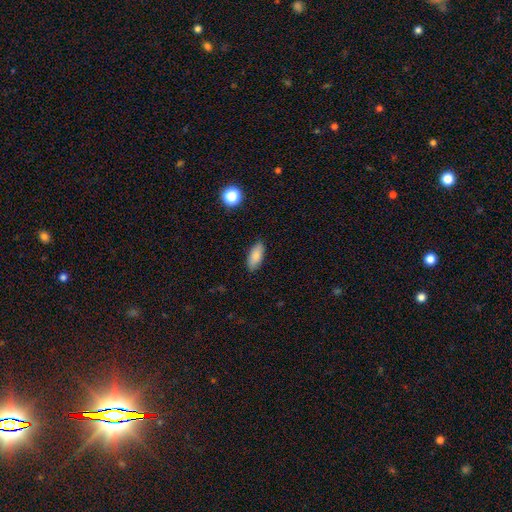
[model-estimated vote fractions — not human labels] A smooth galaxy with no disk features (84%) that is in between round and cigar-shaped (83%).

Vote fractions:
- Smooth or featured? smooth: 84% / featured or disk: 8% / star or artifact: 8%
- How rounded? in between: 83% / cigar-shaped: 14% / round: 3%
- Merging? none: 87% / minor disturbance: 10% / major disturbance: 2% / merger: 1%